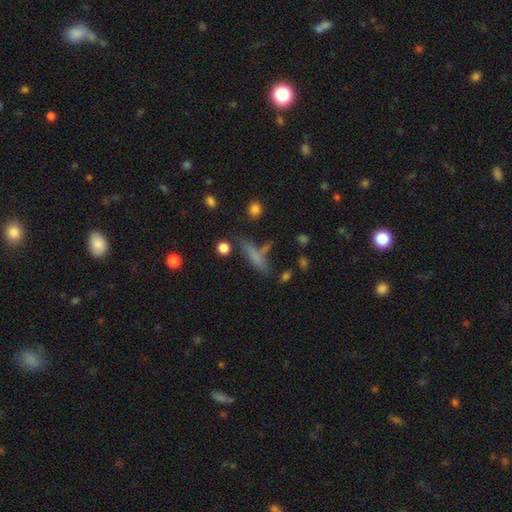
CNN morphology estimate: Smooth or featured? smooth (66%)
How rounded? cigar-shaped (74%)
Merging? none (65%)